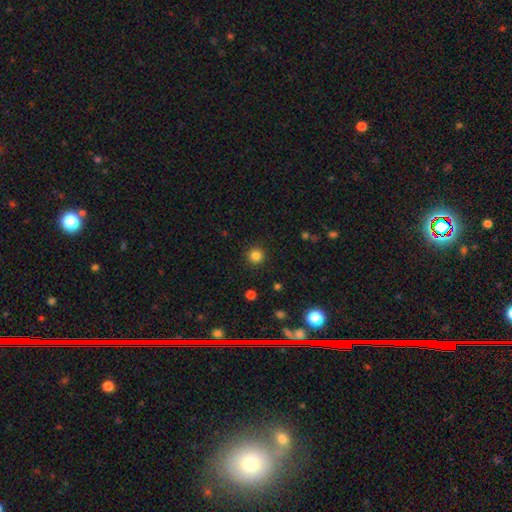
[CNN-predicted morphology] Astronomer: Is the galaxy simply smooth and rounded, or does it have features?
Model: smooth — 83%.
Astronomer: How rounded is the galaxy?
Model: round — 95%.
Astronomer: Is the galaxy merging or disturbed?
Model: none — 92%.